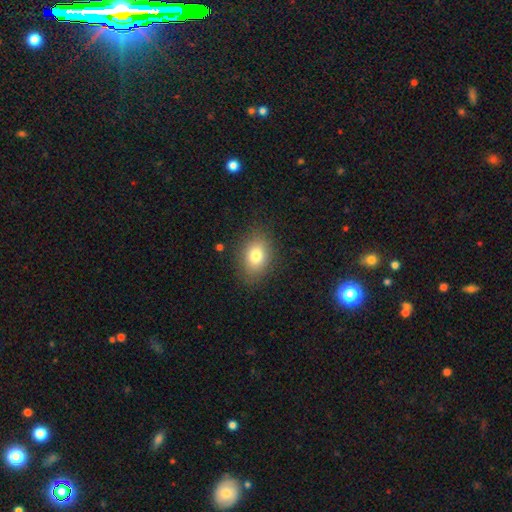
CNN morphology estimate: Smooth or featured: smooth — 79% (featured or disk — 11%)
How rounded: in between — 72% (round — 26%)
Merging: none — 84% (minor disturbance — 11%)